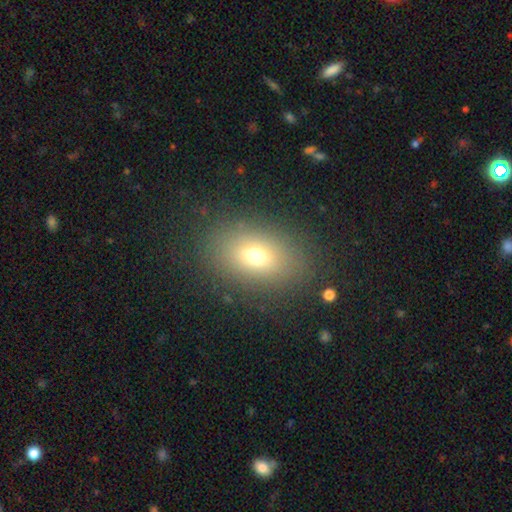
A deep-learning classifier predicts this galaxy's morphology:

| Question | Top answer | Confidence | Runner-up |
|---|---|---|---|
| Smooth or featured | smooth | 69% | featured or disk (16%) |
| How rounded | in between | 76% | round (23%) |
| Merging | none | 84% | minor disturbance (10%) |